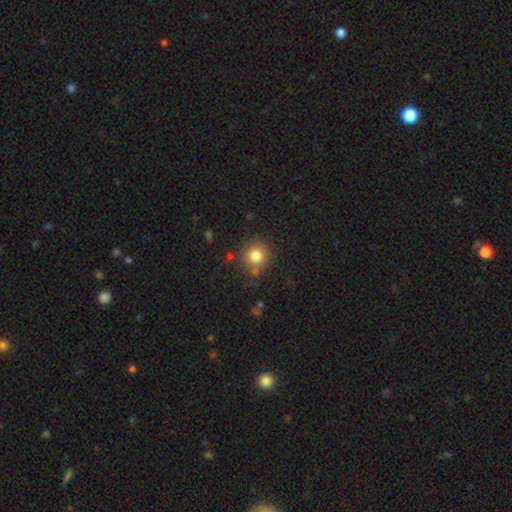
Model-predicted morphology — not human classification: smooth-or-featured: smooth: 81% | star or artifact: 11% | featured or disk: 7%
  how-rounded: round: 91% | in between: 8% | cigar-shaped: 1%
  merging: none: 81% | minor disturbance: 11% | merger: 5% | major disturbance: 4%